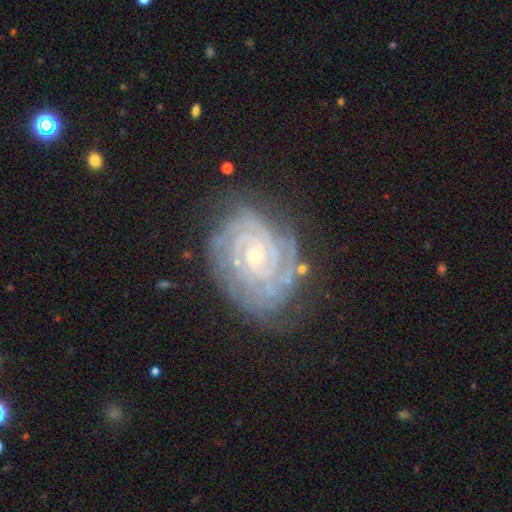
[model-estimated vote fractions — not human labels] Smooth or featured? featured or disk (88%)
Edge-on disk? no (97%)
Bar? no (69%)
Spiral arms? yes (98%)
Spiral winding? tight (85%)
Spiral arm count? 2 (26%)
Bulge size? small (76%)
Merging? none (74%)